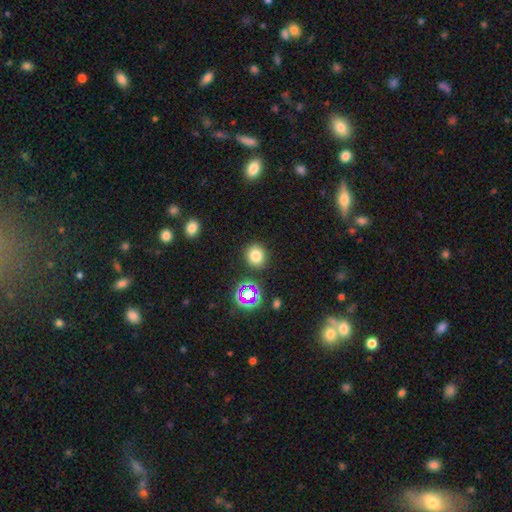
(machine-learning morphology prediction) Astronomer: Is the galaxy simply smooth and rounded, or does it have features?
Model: smooth — 75%.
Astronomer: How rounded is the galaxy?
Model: round — 82%.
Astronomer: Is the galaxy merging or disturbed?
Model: none — 86%.